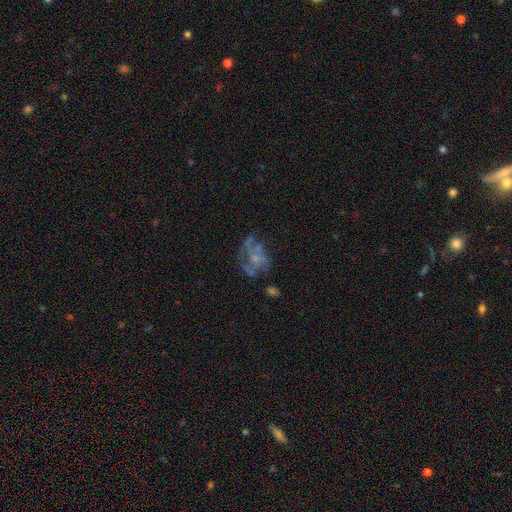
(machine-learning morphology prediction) smooth-or-featured: featured or disk: 66% | smooth: 20% | star or artifact: 14%
  disk-edge-on: no: 98% | yes: 2%
    bar: no: 81% | weak: 16% | strong: 3%
    has-spiral-arms: no: 54% | yes: 46%
    bulge-size: small: 48% | none: 26% | moderate: 23% | large: 2% | dominant: 1%
  merging: none: 42% | major disturbance: 31% | minor disturbance: 18% | merger: 9%